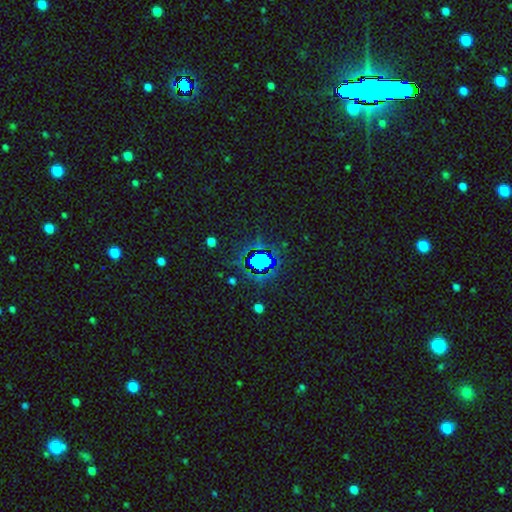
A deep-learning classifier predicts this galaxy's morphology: The model was most divided on "smooth or featured": star or artifact: 68%, smooth: 21%, featured or disk: 11%.